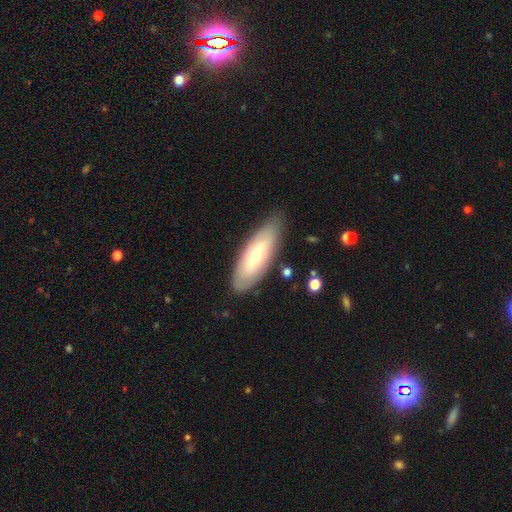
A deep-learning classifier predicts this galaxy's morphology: Overall: smooth (51%; featured or disk 43%). How rounded: in between (64%; cigar-shaped 34%). Merging: none (82%).